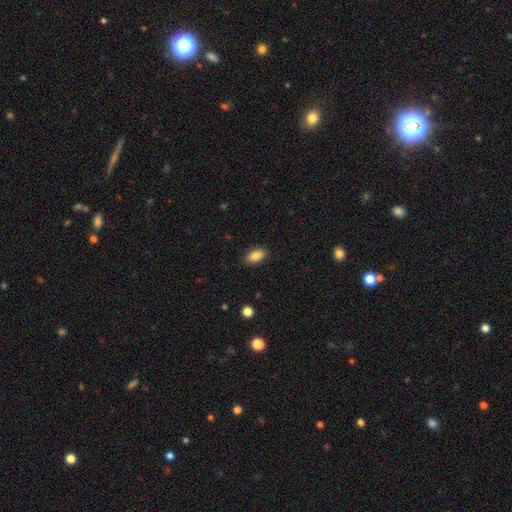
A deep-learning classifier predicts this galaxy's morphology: type=smooth (86%); roundness=in between (91%); merging=none (86%).